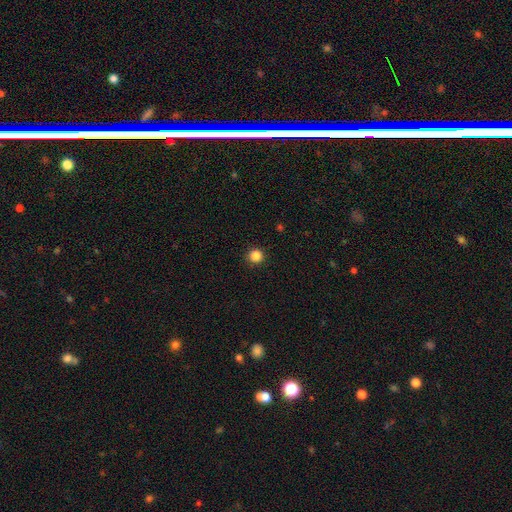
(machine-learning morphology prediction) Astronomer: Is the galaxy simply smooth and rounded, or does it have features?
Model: smooth — 86%.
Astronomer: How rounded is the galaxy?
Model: round — 95%.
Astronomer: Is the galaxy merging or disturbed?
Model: none — 92%.